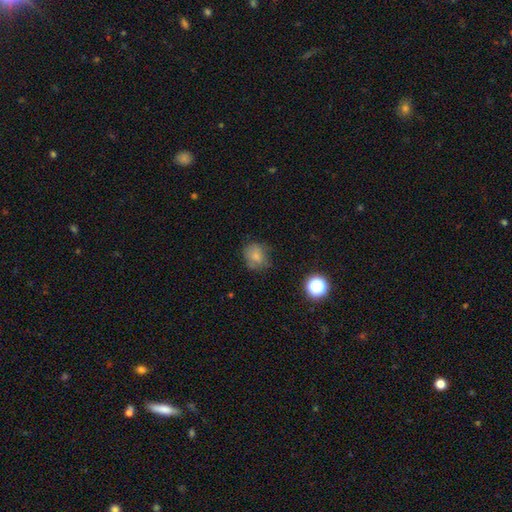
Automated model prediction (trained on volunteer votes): The model was most divided on "how rounded": round: 70%, in between: 29%, cigar-shaped: 1%. More confident: smooth or featured — smooth (77%); merging — none (69%).